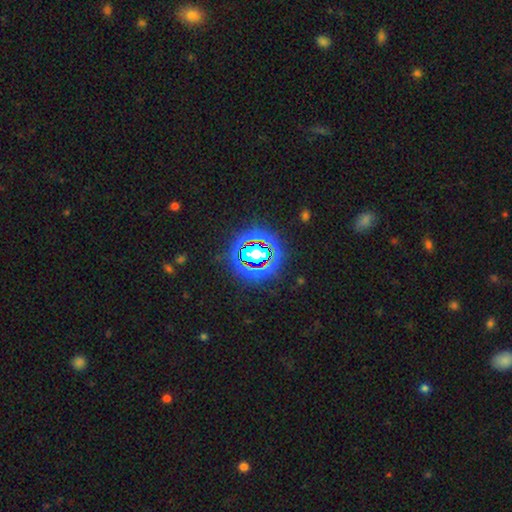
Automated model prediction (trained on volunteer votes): smooth_or_featured: star or artifact (p=0.67) [alt: smooth p=0.20]